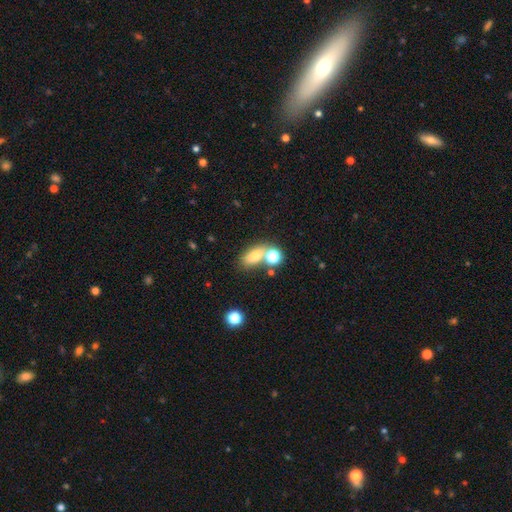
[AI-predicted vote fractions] A smooth galaxy with no disk features (73%) that is in between round and cigar-shaped (75%).

Vote fractions:
- Smooth or featured? smooth: 73% / featured or disk: 15% / star or artifact: 13%
- How rounded? in between: 75% / round: 19% / cigar-shaped: 6%
- Merging? none: 52% / merger: 31% / minor disturbance: 12% / major disturbance: 5%